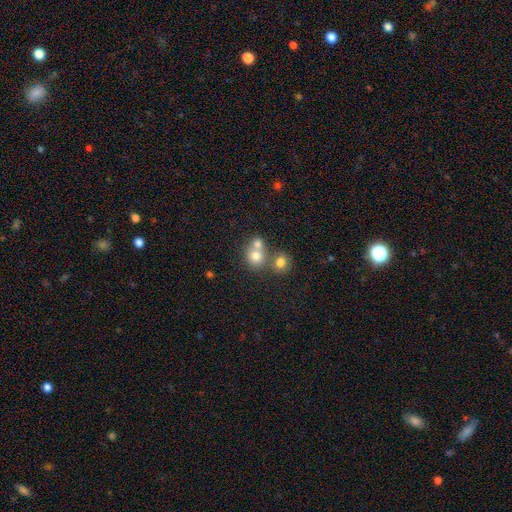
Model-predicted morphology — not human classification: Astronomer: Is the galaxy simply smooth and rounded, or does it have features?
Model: smooth — 73%.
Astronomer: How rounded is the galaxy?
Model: round — 81%.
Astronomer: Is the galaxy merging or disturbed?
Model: merger — 51% (runner-up: none, 39%).